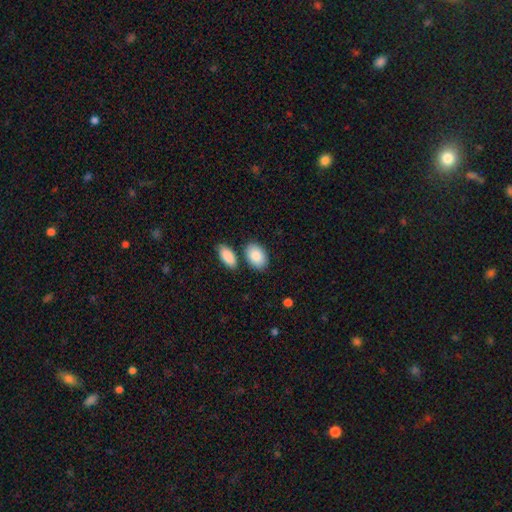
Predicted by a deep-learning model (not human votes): Q: Smooth or featured?
A: smooth (87%); runner-up: featured or disk (8%)
Q: How rounded?
A: in between (90%); runner-up: round (9%)
Q: Merging?
A: none (73%); runner-up: merger (12%)